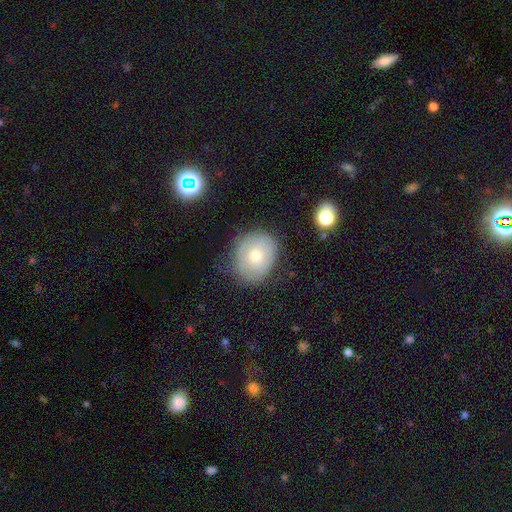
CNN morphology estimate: Q: Smooth or featured?
A: smooth (55%); runner-up: featured or disk (35%)
Q: How rounded?
A: round (62%); runner-up: in between (37%)
Q: Merging?
A: none (72%); runner-up: minor disturbance (21%)